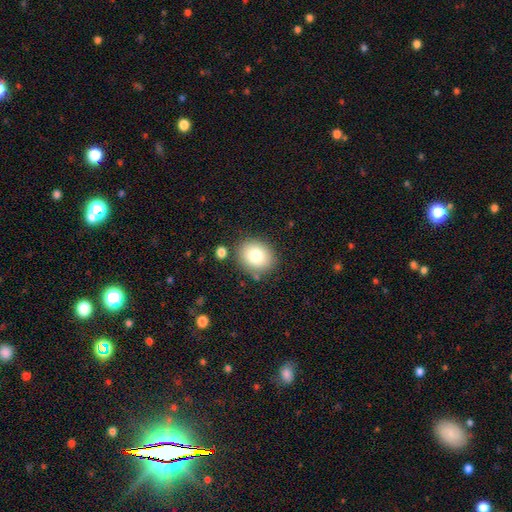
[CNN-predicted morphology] The model was most divided on "how rounded": round: 61%, in between: 38%, cigar-shaped: 1%. More confident: merging — none (82%); smooth or featured — smooth (81%).